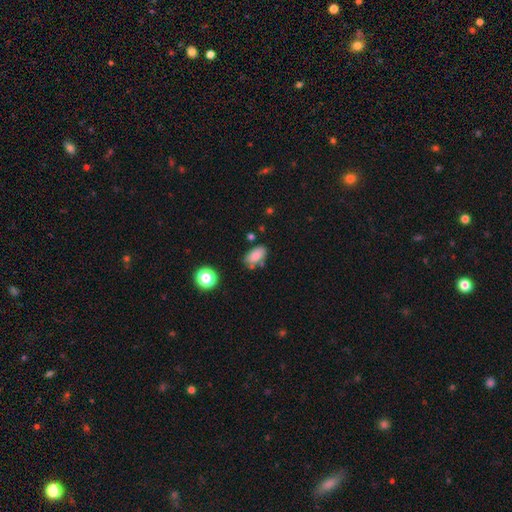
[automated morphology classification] Smooth or featured? Predicted: smooth (p=0.83). How rounded? Predicted: in between (p=0.91). Merging? Predicted: none (p=0.66).